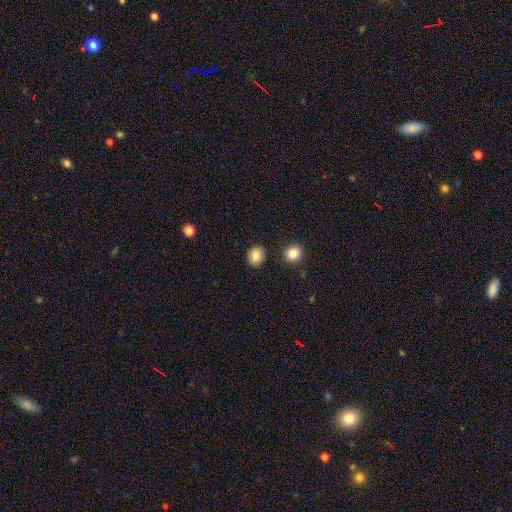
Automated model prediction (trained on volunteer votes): Smooth or featured?
  - smooth: 83% *
  - star or artifact: 9%
  - featured or disk: 8%
How rounded?
  - round: 59% *
  - in between: 40%
  - cigar-shaped: 1%
Merging?
  - none: 86% *
  - minor disturbance: 8%
  - merger: 3%
  - major disturbance: 2%